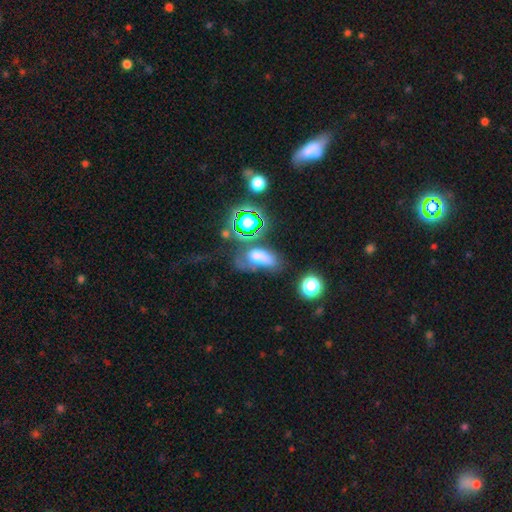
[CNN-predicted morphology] Overall: smooth (52%; featured or disk 25%). How rounded: in between (77%). Merging: major disturbance (34%; none 26%).